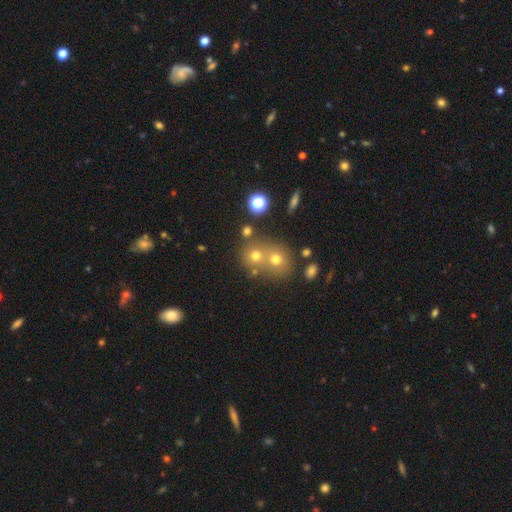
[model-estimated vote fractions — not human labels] Smooth or featured? smooth (66%)
How rounded? round (80%)
Merging? merger (46%)